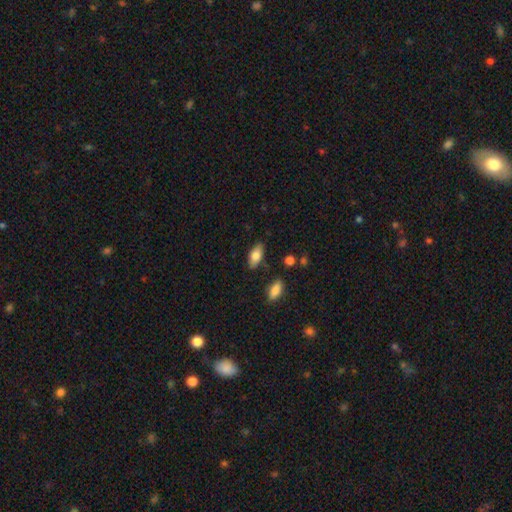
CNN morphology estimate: Overall: smooth (77%). How rounded: in between (87%). Merging: none (81%).